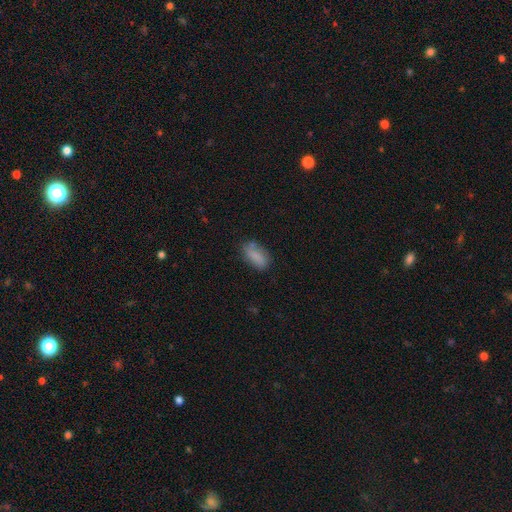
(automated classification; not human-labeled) Smooth or featured? Predicted: smooth (p=0.82). How rounded? Predicted: in between (p=0.87). Merging? Predicted: none (p=0.68).